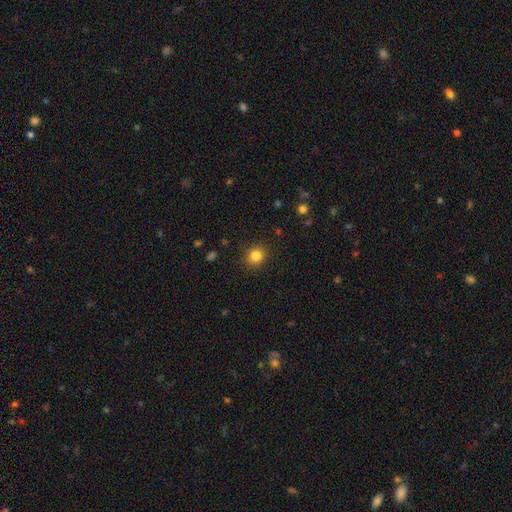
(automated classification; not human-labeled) Overall: smooth (84%). How rounded: round (83%). Merging: none (88%).